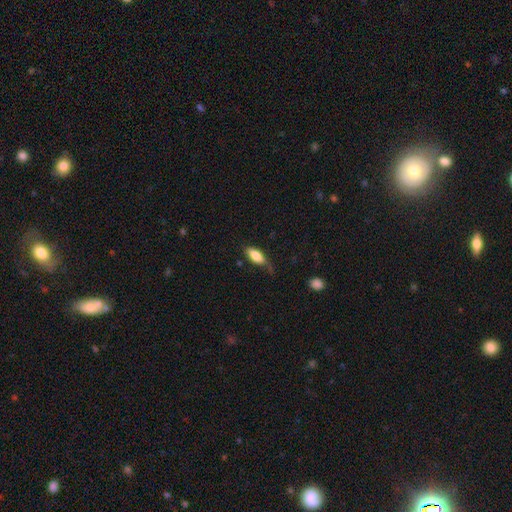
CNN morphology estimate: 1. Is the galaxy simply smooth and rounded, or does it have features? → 77% smooth, 17% featured or disk, 7% star or artifact.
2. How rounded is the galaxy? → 78% in between, 20% cigar-shaped, 3% round.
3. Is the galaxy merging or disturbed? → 53% none, 33% minor disturbance, 11% major disturbance, 3% merger.